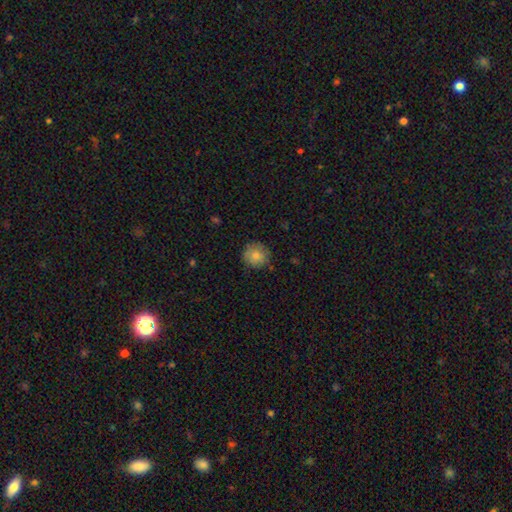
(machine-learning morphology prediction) Smooth or featured?
  - smooth: 80% *
  - featured or disk: 12%
  - star or artifact: 8%
How rounded?
  - round: 93% *
  - in between: 6%
  - cigar-shaped: 1%
Merging?
  - none: 82% *
  - minor disturbance: 14%
  - major disturbance: 3%
  - merger: 1%